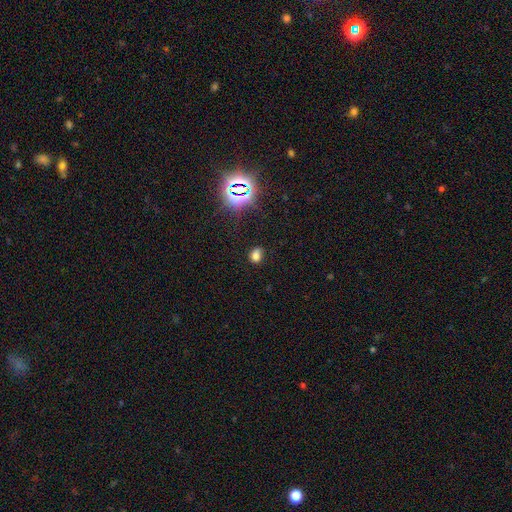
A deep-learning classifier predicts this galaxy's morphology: smooth-or-featured: smooth: 70% | star or artifact: 23% | featured or disk: 7%
  how-rounded: in between: 63% | round: 36% | cigar-shaped: 1%
  merging: none: 73% | minor disturbance: 17% | major disturbance: 5% | merger: 4%